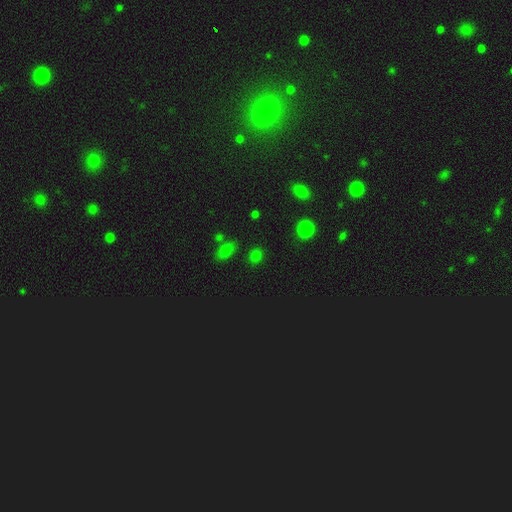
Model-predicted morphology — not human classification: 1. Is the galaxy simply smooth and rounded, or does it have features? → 72% smooth, 23% star or artifact, 5% featured or disk.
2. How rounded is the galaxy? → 66% round, 32% in between, 2% cigar-shaped.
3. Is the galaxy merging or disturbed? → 84% none, 9% minor disturbance, 4% merger, 3% major disturbance.